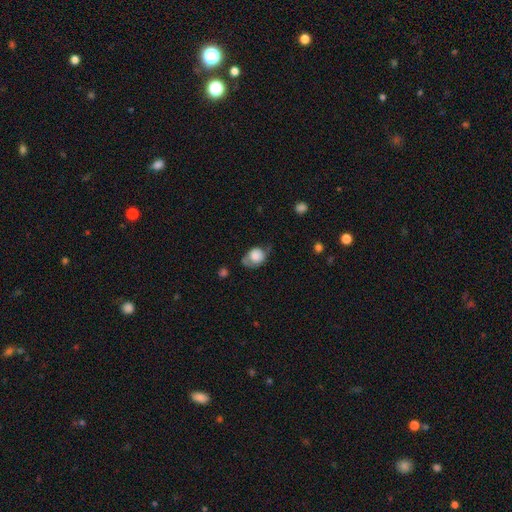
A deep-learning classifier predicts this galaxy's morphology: Smooth or featured: smooth — 72% (featured or disk — 20%)
How rounded: round — 54% (in between — 45%)
Merging: minor disturbance — 37% (none — 36%)